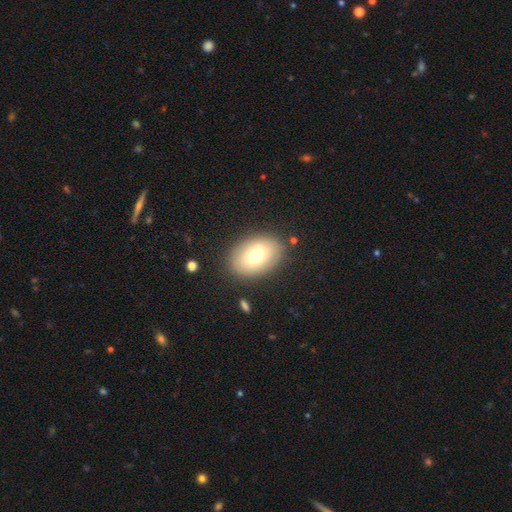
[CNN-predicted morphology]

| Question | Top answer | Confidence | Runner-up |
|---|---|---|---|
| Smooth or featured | smooth | 72% | featured or disk (20%) |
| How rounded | in between | 84% | round (15%) |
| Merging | none | 86% | minor disturbance (9%) |